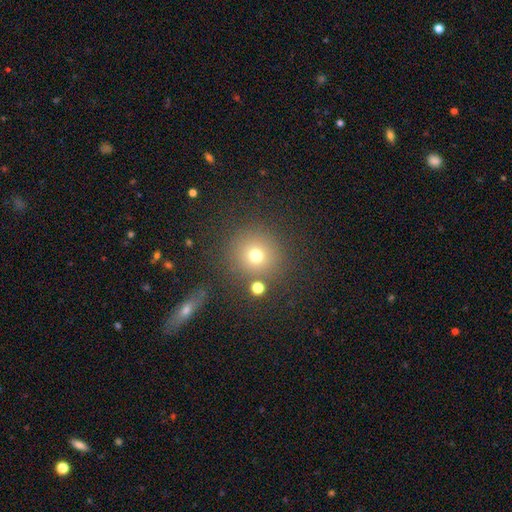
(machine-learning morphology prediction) Smooth or featured?
  - smooth: 72% *
  - star or artifact: 18%
  - featured or disk: 9%
How rounded?
  - round: 94% *
  - in between: 5%
  - cigar-shaped: 1%
Merging?
  - none: 82% *
  - minor disturbance: 8%
  - merger: 5%
  - major disturbance: 4%